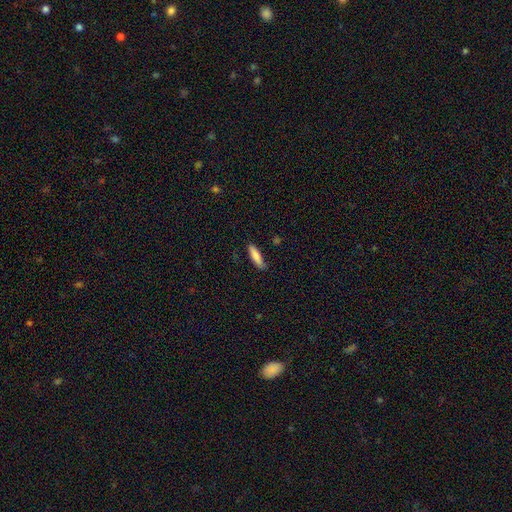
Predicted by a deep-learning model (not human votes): Smooth or featured: smooth — 83% (featured or disk — 11%)
How rounded: cigar-shaped — 68% (in between — 30%)
Merging: none — 82% (minor disturbance — 14%)